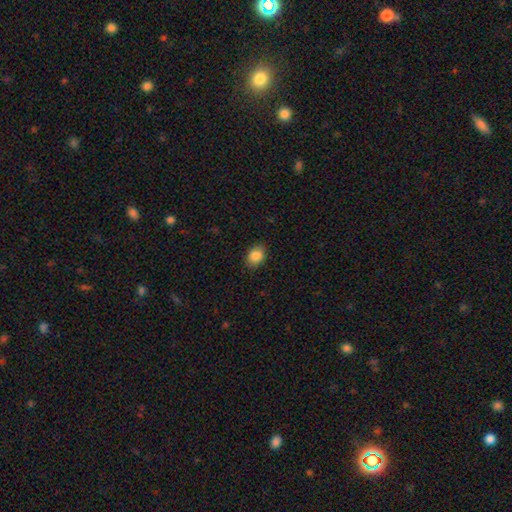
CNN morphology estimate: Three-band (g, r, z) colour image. It shows a smooth galaxy with no disk features (86%) that is in between round and cigar-shaped (71%). Merging: none (86%).